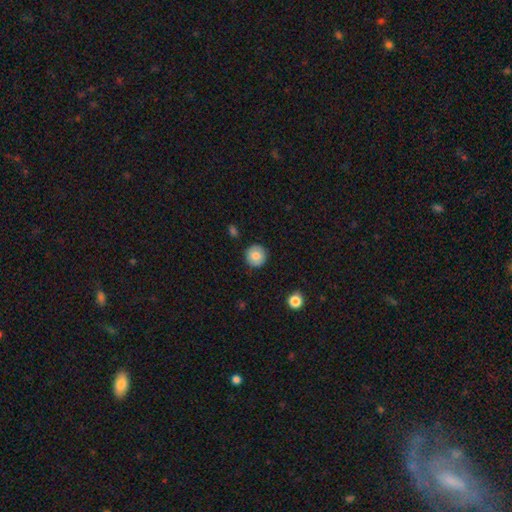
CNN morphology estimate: type=smooth (79%); roundness=round (94%); merging=none (90%).